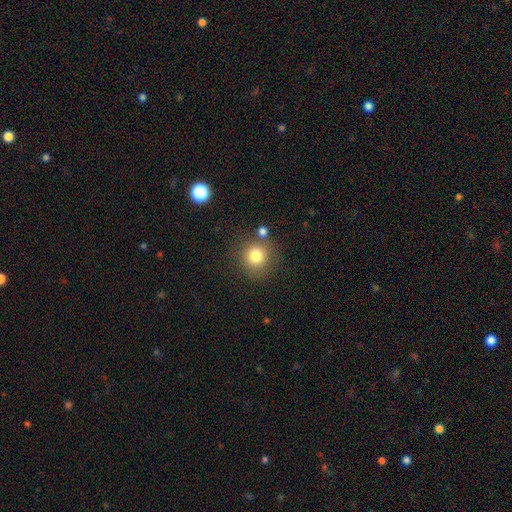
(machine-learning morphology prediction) The model was most divided on "merging": none: 77%, minor disturbance: 10%, merger: 9%, major disturbance: 4%. More confident: how rounded — round (91%); smooth or featured — smooth (80%).